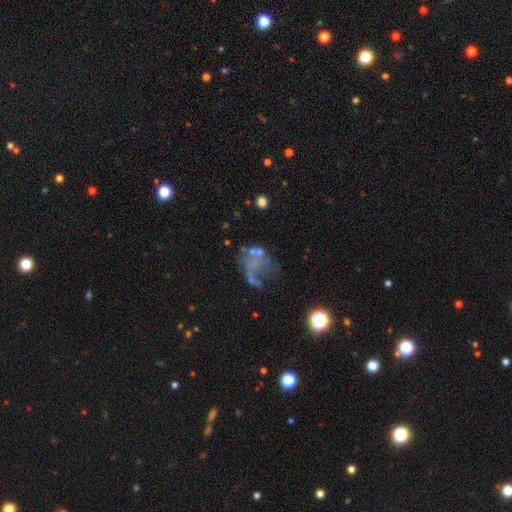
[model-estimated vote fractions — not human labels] Smooth or featured?
  - featured or disk: 53% *
  - smooth: 31%
  - star or artifact: 16%
Edge-on disk?
  - no: 98% *
  - yes: 2%
Bar?
  - no: 93% *
  - weak: 5%
  - strong: 2%
Spiral arms?
  - no: 91% *
  - yes: 9%
Bulge size?
  - none: 81% *
  - small: 9%
  - moderate: 7%
  - large: 2%
  - dominant: 1%
Merging?
  - major disturbance: 38% *
  - none: 29%
  - merger: 17%
  - minor disturbance: 15%